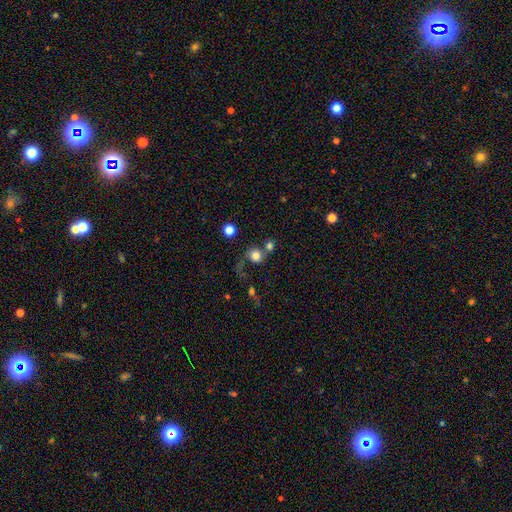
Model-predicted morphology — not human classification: A smooth galaxy with no disk features (75%) that is round (83%). Merging: none (39%).